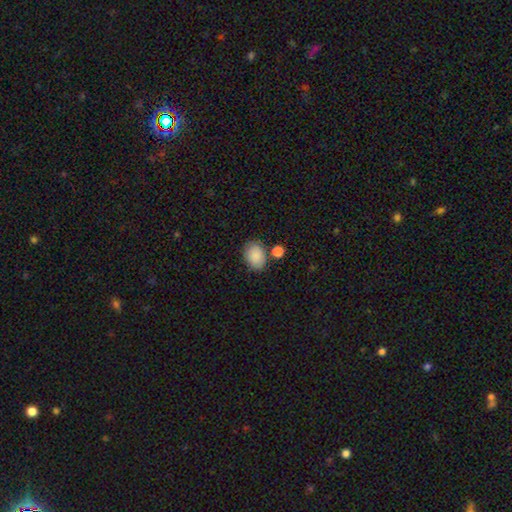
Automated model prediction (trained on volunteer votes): Smooth or featured? Predicted: smooth (p=0.88). How rounded? Predicted: in between (p=0.72). Merging? Predicted: none (p=0.76).